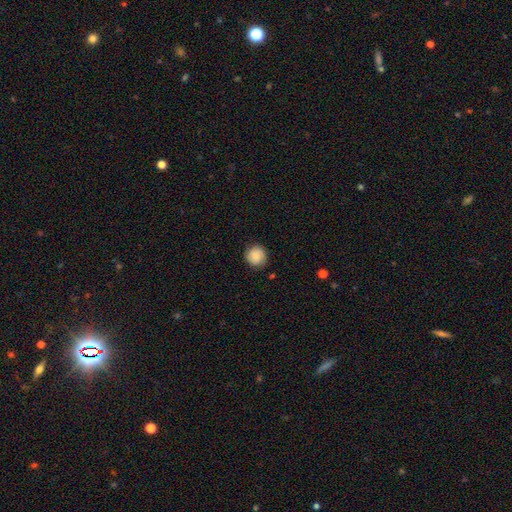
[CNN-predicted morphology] Overall: smooth (85%). How rounded: round (92%). Merging: none (86%).